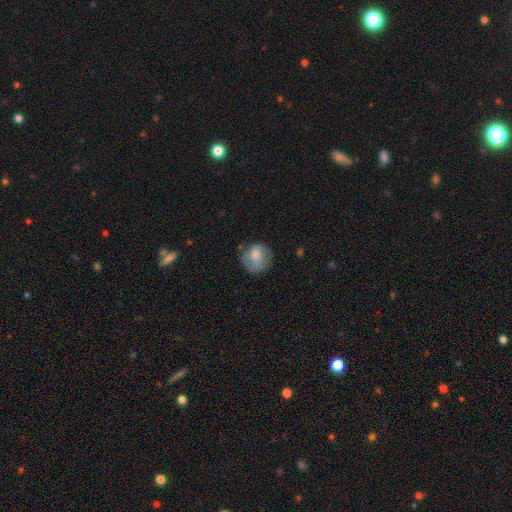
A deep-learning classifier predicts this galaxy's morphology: Smooth or featured: smooth — 62% (featured or disk — 30%)
How rounded: round — 79% (in between — 20%)
Merging: none — 61% (minor disturbance — 25%)